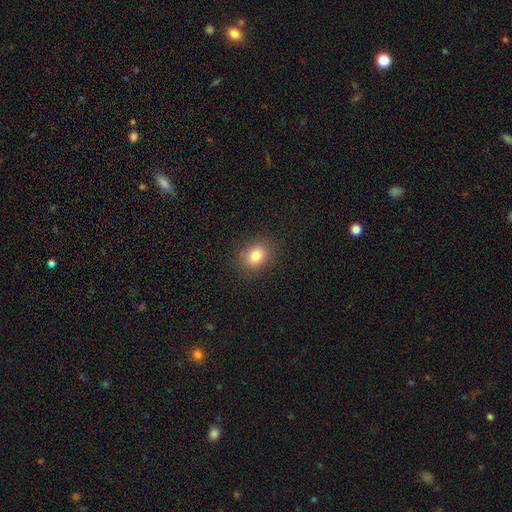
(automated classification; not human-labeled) This is clearly a smooth galaxy (82%). How rounded: possibly round (54%). Merging: clearly none (87%).